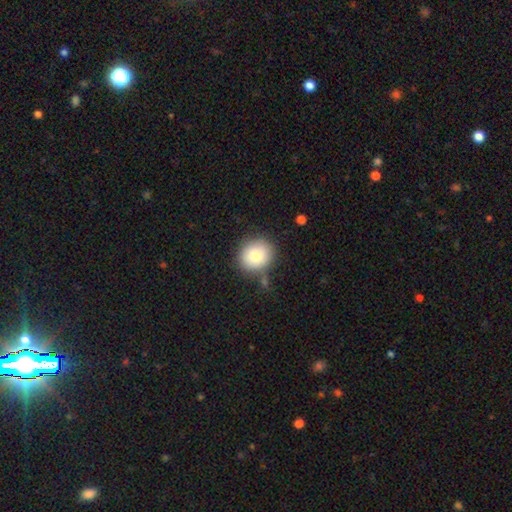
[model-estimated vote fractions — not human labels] Morphology: type=smooth (81%); roundness=round (74%); merging=none (79%).